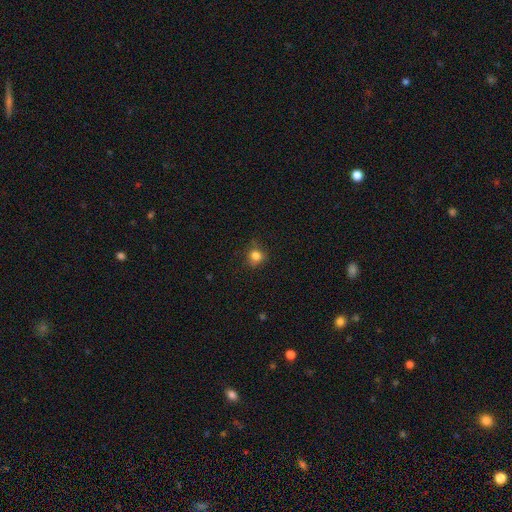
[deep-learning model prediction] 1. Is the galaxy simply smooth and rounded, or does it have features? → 81% smooth, 13% star or artifact, 6% featured or disk.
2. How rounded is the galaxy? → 80% round, 19% in between, 1% cigar-shaped.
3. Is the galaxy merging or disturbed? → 76% none, 18% minor disturbance, 5% major disturbance, 1% merger.